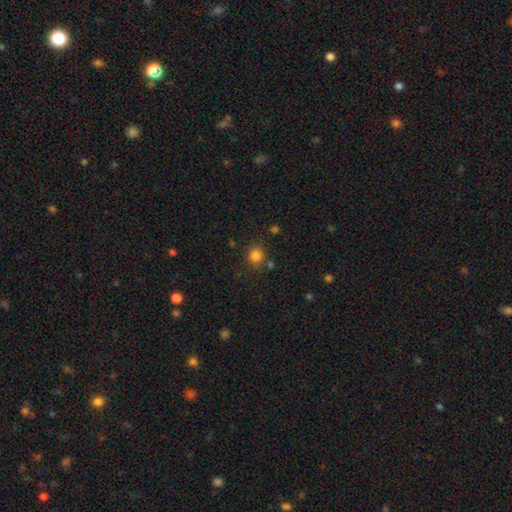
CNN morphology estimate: This appears to be a smooth galaxy with no disk features (82%) that is round (85%). Merging: none (82%).